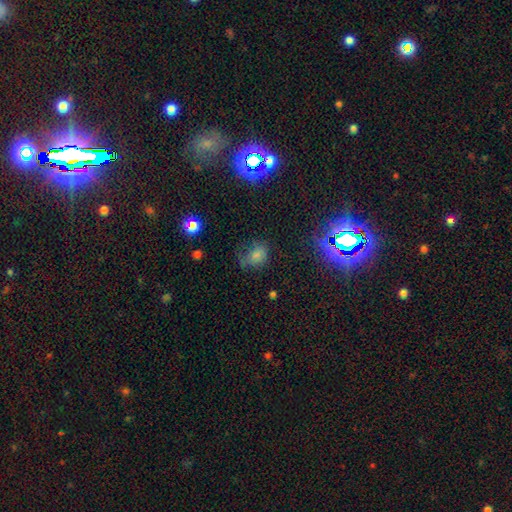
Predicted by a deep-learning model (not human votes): smooth_or_featured: smooth (p=0.53) [alt: star or artifact p=0.33]
how_rounded: in between (p=0.60) [alt: round p=0.38]
merging: none (p=0.48) [alt: minor disturbance p=0.28]